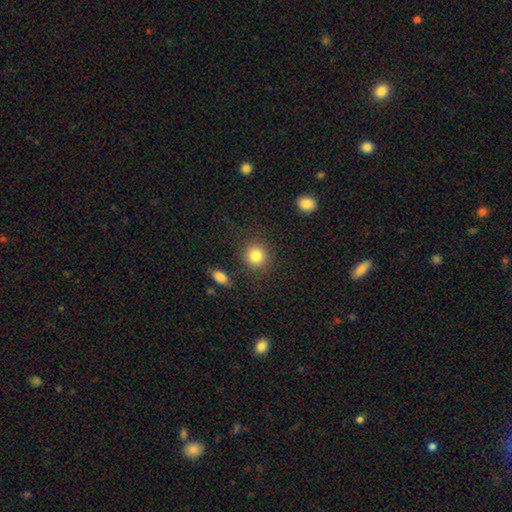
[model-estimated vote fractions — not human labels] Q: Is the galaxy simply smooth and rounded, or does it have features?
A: smooth — 84%.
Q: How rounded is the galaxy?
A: round — 86%.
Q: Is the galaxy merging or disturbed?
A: none — 85%.